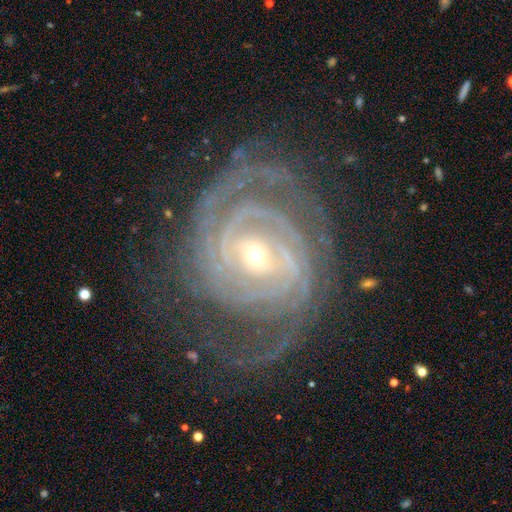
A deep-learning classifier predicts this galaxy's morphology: A featured or disk galaxy (91%) with no bar (38%), 2 (33%) tight (78%) spiral arms (98%) and a small central bulge (67%).

Vote fractions:
- Smooth or featured? featured or disk: 91% / star or artifact: 6% / smooth: 3%
- Edge-on disk? no: 97% / yes: 3%
- Bar? no: 38% / weak: 36% / strong: 26%
- Spiral arms? yes: 98% / no: 2%
- Spiral winding? tight: 78% / medium: 19% / loose: 3%
- Spiral arm count? 2: 33% / can't tell: 19% / 3: 19% / 4: 13% / more than 4: 8% / 1: 7%
- Bulge size? small: 67% / moderate: 29% / large: 2% / none: 1% / dominant: 1%
- Merging? none: 71% / minor disturbance: 17% / major disturbance: 11% / merger: 1%